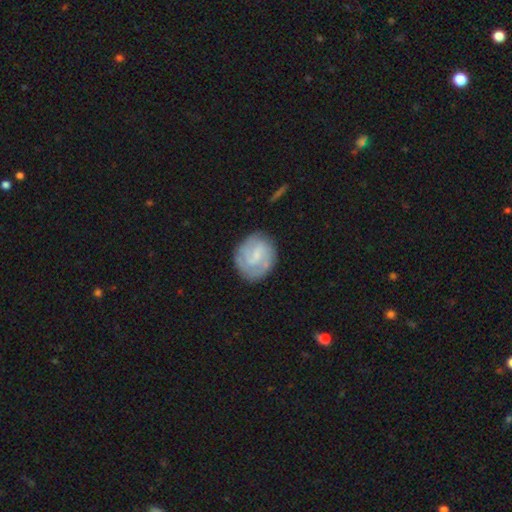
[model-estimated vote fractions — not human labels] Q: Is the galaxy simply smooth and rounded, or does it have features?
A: featured or disk — 63%.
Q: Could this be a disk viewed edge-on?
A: no — 98%.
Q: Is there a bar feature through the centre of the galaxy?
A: weak — 52%.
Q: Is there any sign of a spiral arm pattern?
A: yes — 85%.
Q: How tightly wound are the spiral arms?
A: tight — 54%.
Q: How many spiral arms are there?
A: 2 — 43%.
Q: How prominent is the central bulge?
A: small — 52%.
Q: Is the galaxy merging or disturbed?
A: none — 73%.